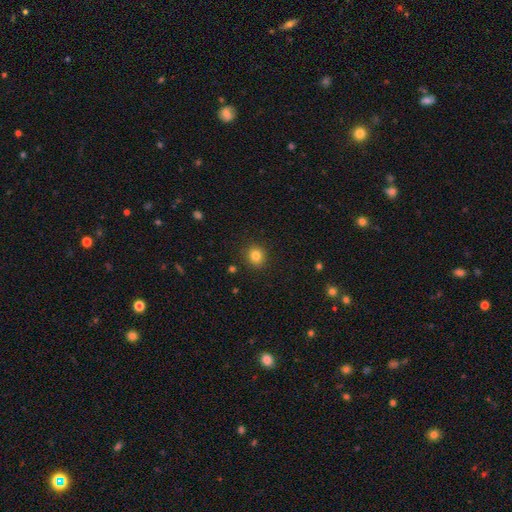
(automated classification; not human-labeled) Smooth or featured: smooth — 83% (star or artifact — 11%)
How rounded: round — 80% (in between — 19%)
Merging: none — 90% (minor disturbance — 7%)